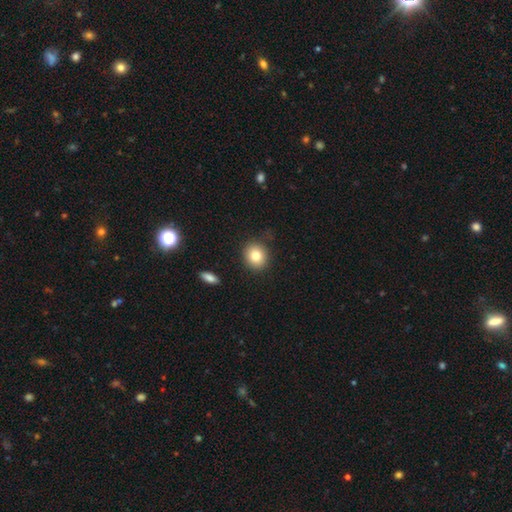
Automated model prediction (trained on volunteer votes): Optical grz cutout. It shows a smooth galaxy with no disk features (81%) that is round (76%). Merging: none (87%).